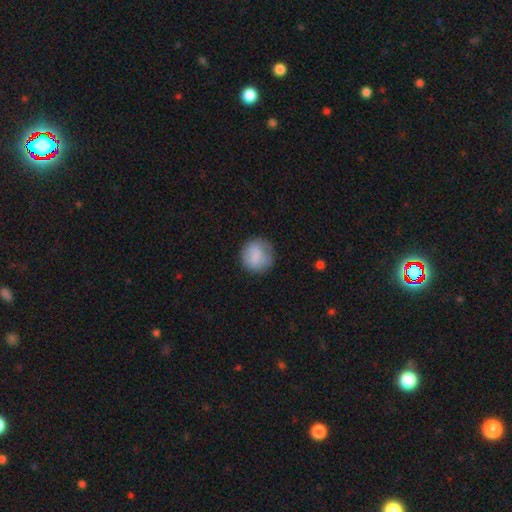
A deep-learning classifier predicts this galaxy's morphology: smooth_or_featured: smooth (p=0.81) [alt: featured or disk p=0.12]
how_rounded: round (p=0.89) [alt: in between p=0.10]
merging: none (p=0.74) [alt: minor disturbance p=0.18]